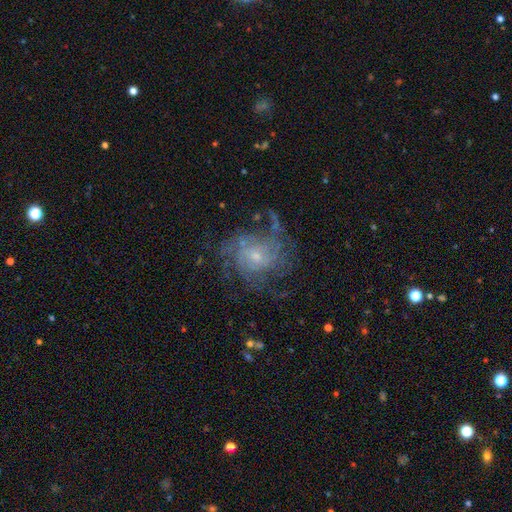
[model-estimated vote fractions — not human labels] smooth-or-featured: featured or disk: 79% | smooth: 11% | star or artifact: 10%
  disk-edge-on: no: 98% | yes: 2%
    bar: no: 69% | weak: 26% | strong: 4%
    has-spiral-arms: yes: 90% | no: 10%
      spiral-winding: tight: 45% | medium: 38% | loose: 17%
      spiral-arm-count: can't tell: 37% | 4: 18% | 3: 17% | 2: 13% | more than 4: 8% | 1: 7%
    bulge-size: small: 67% | moderate: 27% | none: 3% | large: 2% | dominant: 1%
  merging: none: 64% | minor disturbance: 17% | major disturbance: 16% | merger: 2%